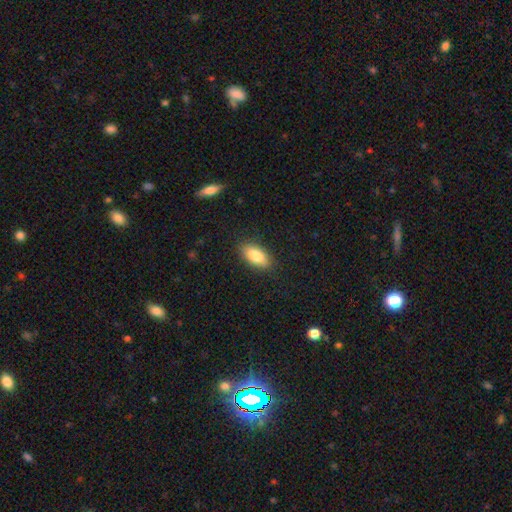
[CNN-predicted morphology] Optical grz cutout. It shows a smooth galaxy with no disk features (84%) that is in between round and cigar-shaped (89%). Merging: none (86%).